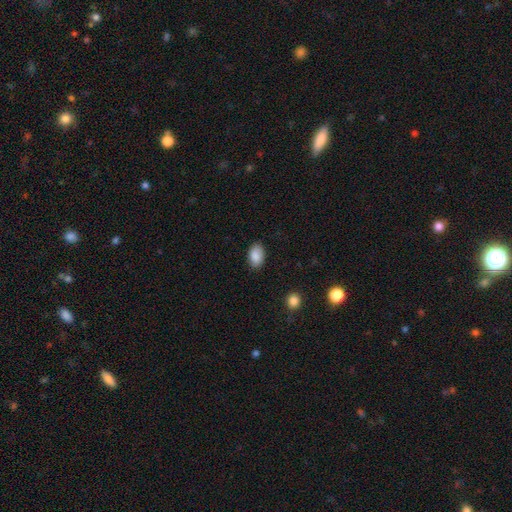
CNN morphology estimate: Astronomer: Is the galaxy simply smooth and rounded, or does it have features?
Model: smooth — 89%.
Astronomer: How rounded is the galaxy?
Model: in between — 90%.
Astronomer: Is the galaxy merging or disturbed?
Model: none — 86%.